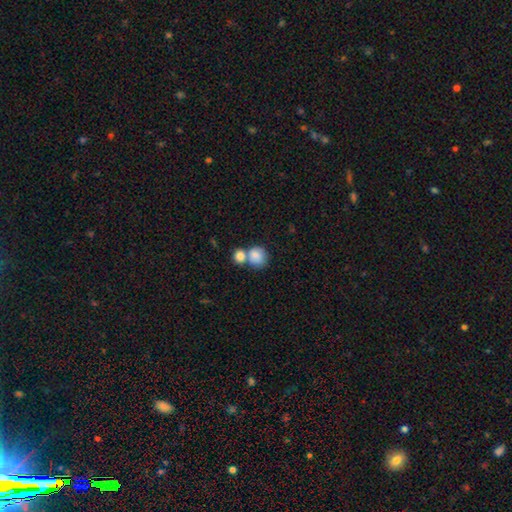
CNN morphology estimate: A smooth galaxy with no disk features (82%) that is round (78%). Merging: merger (53%).